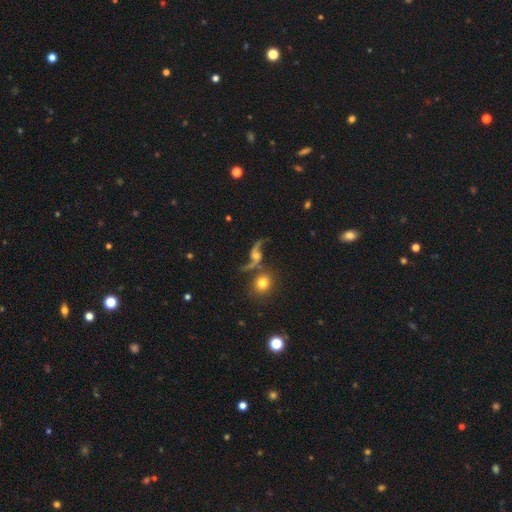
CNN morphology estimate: Smooth or featured: featured or disk — 85% (star or artifact — 8%)
Edge-on disk: no — 93% (yes — 7%)
Bar: no — 56% (weak — 33%)
Spiral arms: yes — 96% (no — 4%)
Spiral winding: loose — 89% (medium — 9%)
Spiral arm count: 2 — 93% (1 — 2%)
Bulge size: moderate — 49% (small — 31%)
Merging: none — 60% (minor disturbance — 15%)